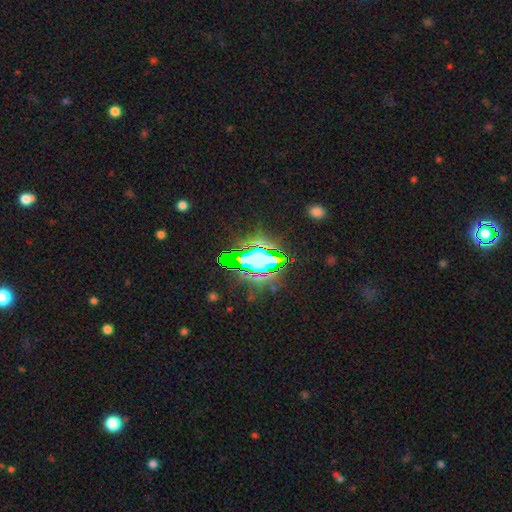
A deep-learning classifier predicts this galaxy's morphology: Smooth or featured? Predicted: star or artifact (p=0.79).